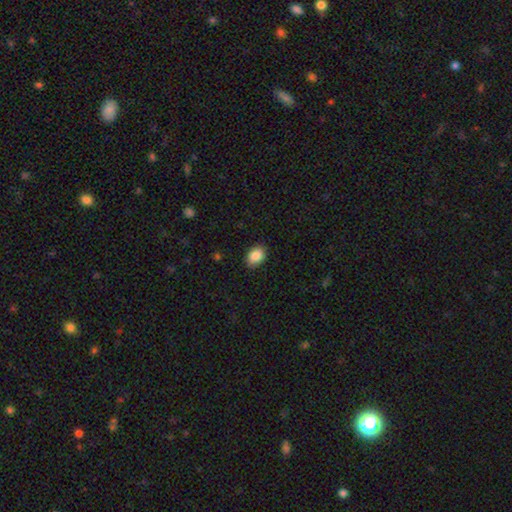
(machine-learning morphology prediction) Overall: smooth (88%). How rounded: in between (75%). Merging: none (87%).